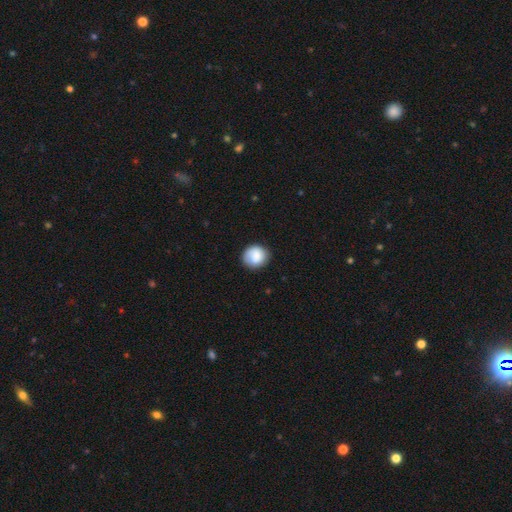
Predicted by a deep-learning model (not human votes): The model was most divided on "how rounded": round: 80%, in between: 19%, cigar-shaped: 1%. More confident: smooth or featured — smooth (82%); merging — none (79%).